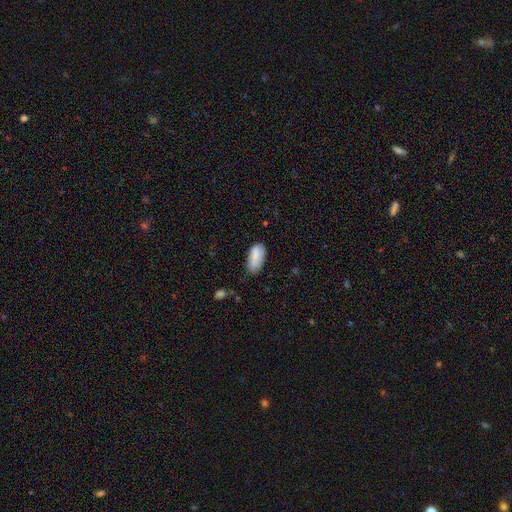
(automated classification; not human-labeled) smooth_or_featured: smooth (p=0.85) [alt: featured or disk p=0.08]
how_rounded: in between (p=0.90) [alt: cigar-shaped p=0.08]
merging: none (p=0.66) [alt: minor disturbance p=0.27]